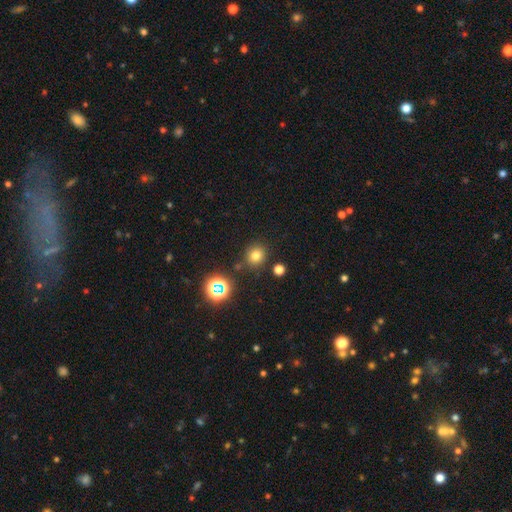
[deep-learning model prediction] A smooth galaxy with no disk features (72%) that is round (83%).

Vote fractions:
- Smooth or featured? smooth: 72% / star or artifact: 21% / featured or disk: 7%
- How rounded? round: 83% / in between: 16% / cigar-shaped: 1%
- Merging? none: 83% / minor disturbance: 9% / merger: 5% / major disturbance: 3%